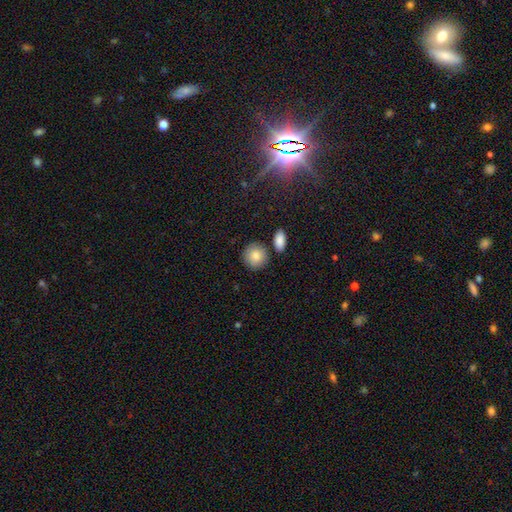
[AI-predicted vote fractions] This appears to be a smooth galaxy with no disk features (85%) that is round (88%). Merging: none (80%).